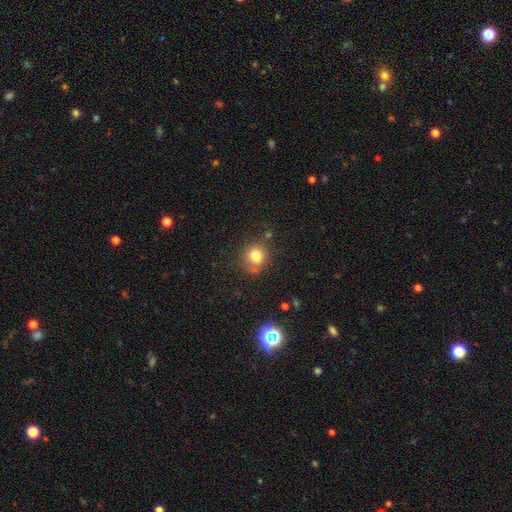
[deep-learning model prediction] The model was most divided on "merging": none: 69%, minor disturbance: 17%, merger: 9%, major disturbance: 5%. More confident: how rounded — round (79%); smooth or featured — smooth (78%).